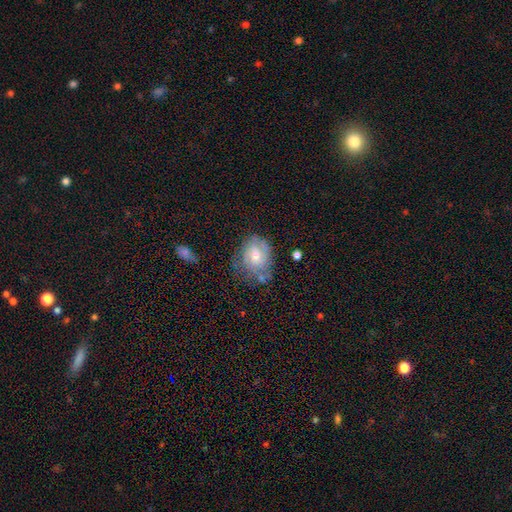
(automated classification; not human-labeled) The model was most divided on "smooth or featured" (2-way tie): smooth: 46%, featured or disk: 46%, star or artifact: 8%. Remaining: merging — none (50%).